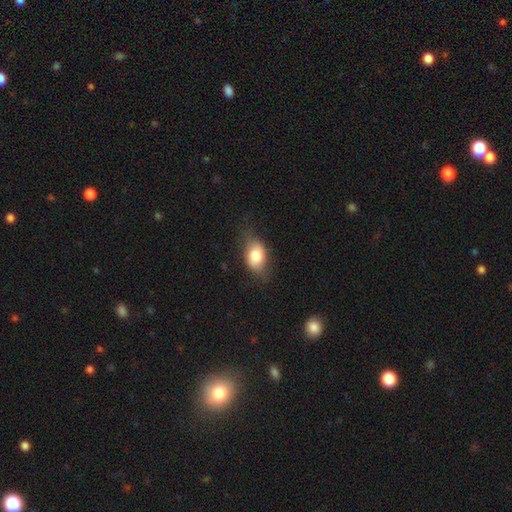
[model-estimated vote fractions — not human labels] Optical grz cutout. It shows a smooth galaxy with no disk features (76%) that is in between round and cigar-shaped (82%). Merging: none (63%).